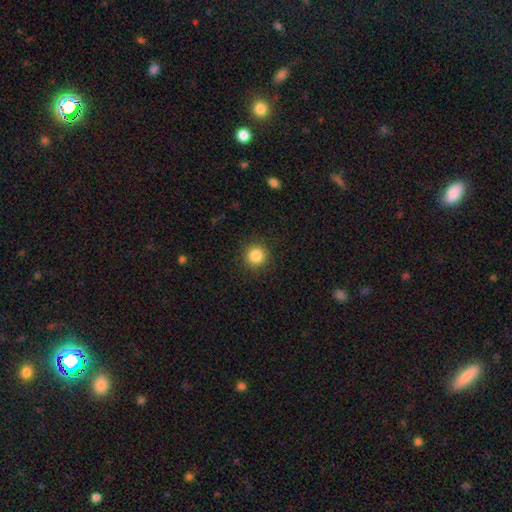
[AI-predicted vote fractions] Smooth or featured: smooth — 85% (star or artifact — 10%)
How rounded: round — 95% (in between — 4%)
Merging: none — 91% (minor disturbance — 6%)